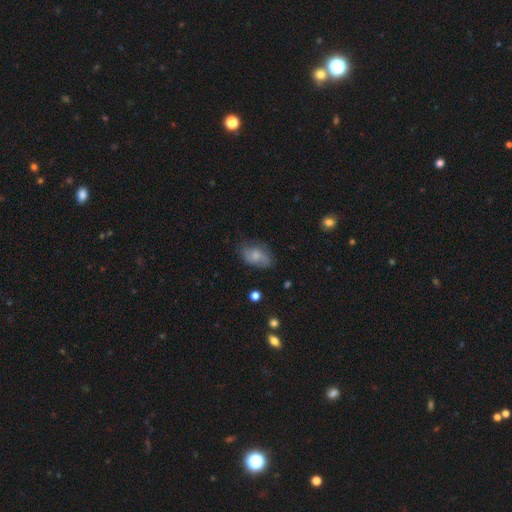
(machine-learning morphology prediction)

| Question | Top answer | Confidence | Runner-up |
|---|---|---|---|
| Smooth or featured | smooth | 70% | featured or disk (22%) |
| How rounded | in between | 87% | round (11%) |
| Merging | none | 59% | minor disturbance (29%) |